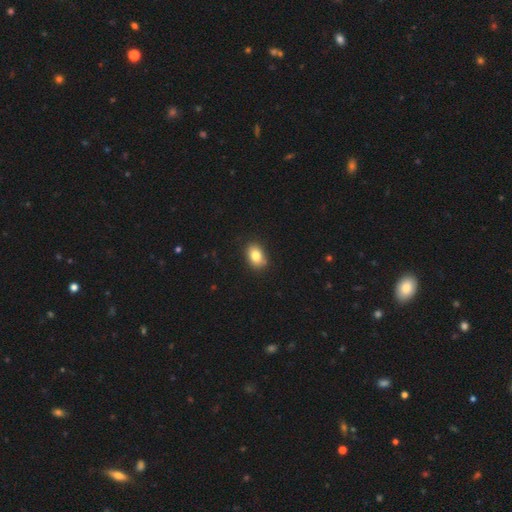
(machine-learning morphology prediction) A smooth galaxy with no disk features (83%) that is in between round and cigar-shaped (77%).

Vote fractions:
- Smooth or featured? smooth: 83% / featured or disk: 9% / star or artifact: 9%
- How rounded? in between: 77% / round: 22% / cigar-shaped: 1%
- Merging? none: 85% / minor disturbance: 12% / major disturbance: 2% / merger: 1%